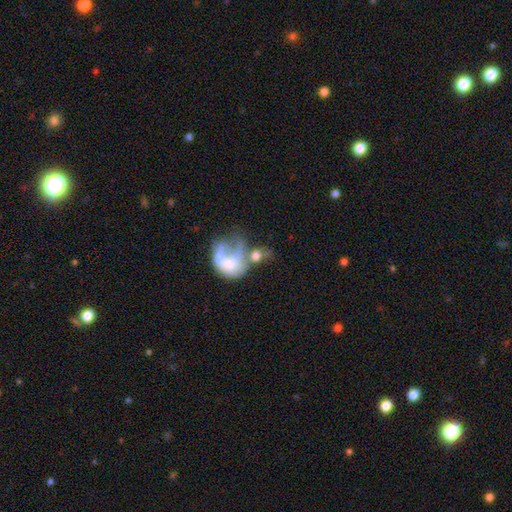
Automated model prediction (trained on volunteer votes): smooth_or_featured: smooth (p=0.48) [alt: featured or disk p=0.42]
merging: merger (p=0.55) [alt: major disturbance p=0.22]